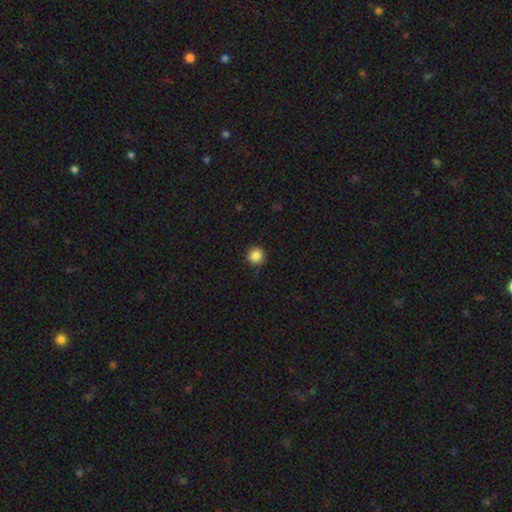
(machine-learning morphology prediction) Overall: smooth (87%). How rounded: round (92%). Merging: none (89%).